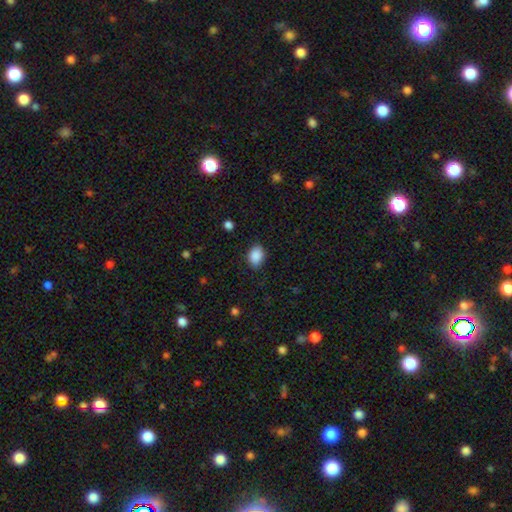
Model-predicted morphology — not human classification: This appears to be a smooth galaxy with no disk features (89%) that is in between round and cigar-shaped (74%). Merging: none (85%).